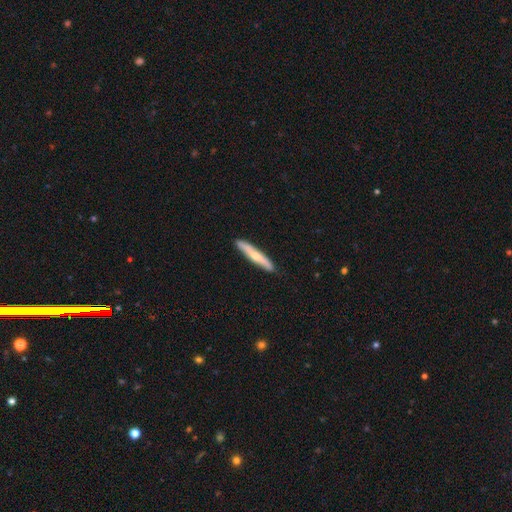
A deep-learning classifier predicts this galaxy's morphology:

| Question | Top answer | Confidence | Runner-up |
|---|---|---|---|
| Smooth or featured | smooth | 54% | featured or disk (42%) |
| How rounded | cigar-shaped | 92% | in between (6%) |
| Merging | none | 88% | minor disturbance (9%) |